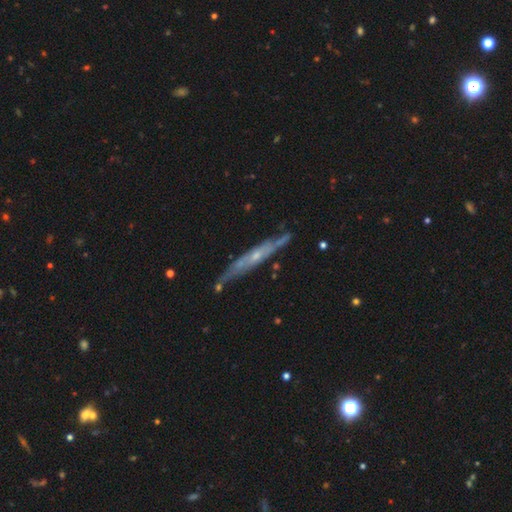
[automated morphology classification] Smooth or featured: featured or disk — 72% (smooth — 21%)
Edge-on disk: yes — 80% (no — 20%)
Edge-on bulge: none — 49% (rounded — 47%)
Merging: none — 72% (minor disturbance — 20%)